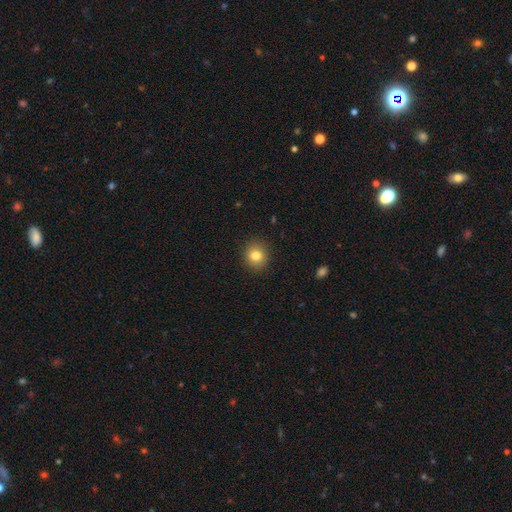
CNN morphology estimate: Overall: smooth (82%). How rounded: round (85%). Merging: none (90%).